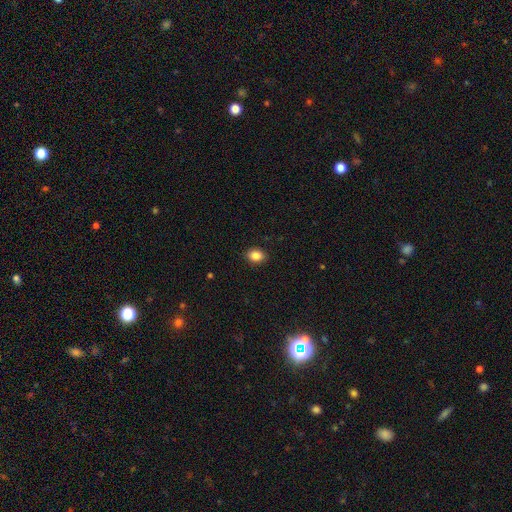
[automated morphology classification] smooth-or-featured: smooth: 87% | star or artifact: 9% | featured or disk: 4%
  how-rounded: in between: 66% | round: 33% | cigar-shaped: 1%
  merging: none: 89% | minor disturbance: 8% | major disturbance: 2% | merger: 1%